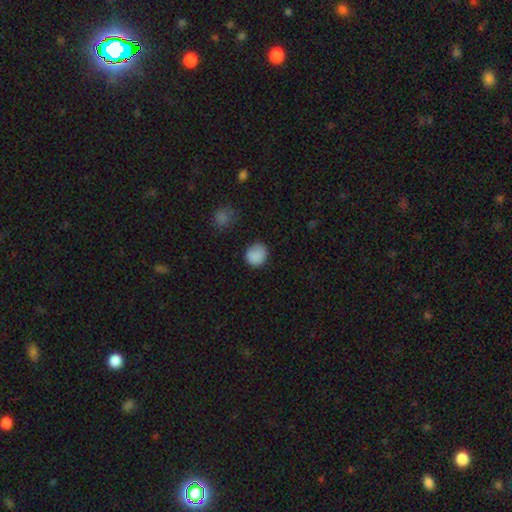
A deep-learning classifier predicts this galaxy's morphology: A smooth galaxy with no disk features (87%) that is round (83%). Merging: none (79%).